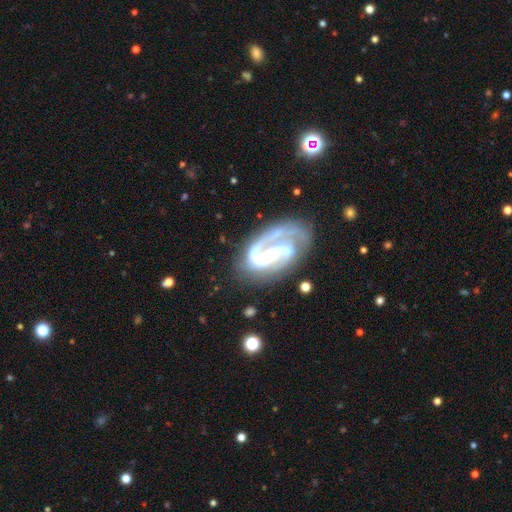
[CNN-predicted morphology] Smooth or featured: featured or disk — 88% (smooth — 6%)
Edge-on disk: no — 98% (yes — 2%)
Bar: weak — 39% (strong — 35%)
Spiral arms: yes — 95% (no — 5%)
Spiral winding: medium — 49% (loose — 32%)
Spiral arm count: 2 — 58% (1 — 25%)
Bulge size: small — 44% (moderate — 32%)
Merging: none — 45% (major disturbance — 28%)